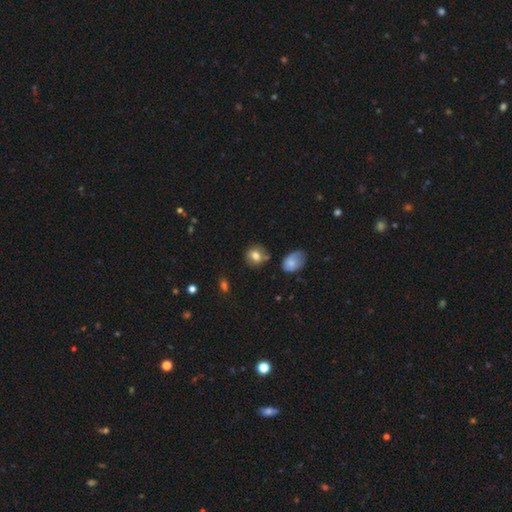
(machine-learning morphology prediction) Overall: smooth (77%). How rounded: round (72%). Merging: none (72%).